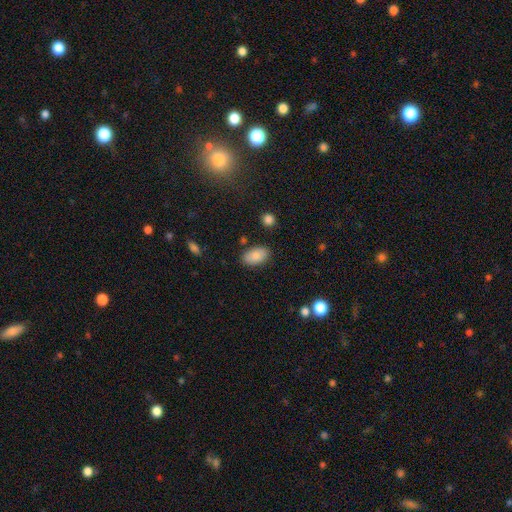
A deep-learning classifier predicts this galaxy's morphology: A smooth galaxy with no disk features (85%) that is in between round and cigar-shaped (93%).

Vote fractions:
- Smooth or featured? smooth: 85% / featured or disk: 8% / star or artifact: 7%
- How rounded? in between: 93% / round: 5% / cigar-shaped: 2%
- Merging? none: 84% / minor disturbance: 11% / major disturbance: 3% / merger: 2%